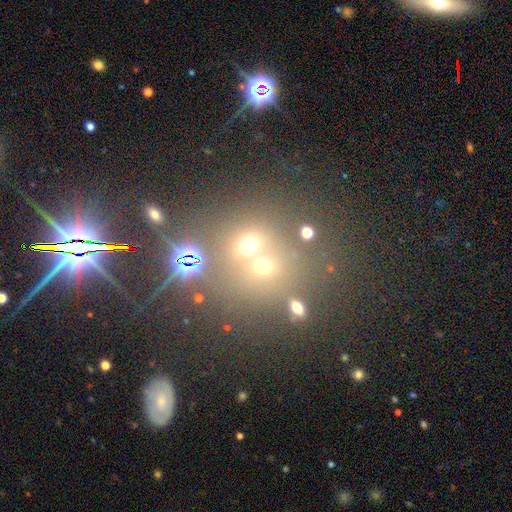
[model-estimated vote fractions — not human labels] This appears to be a star or artifact, not a galaxy (44%).